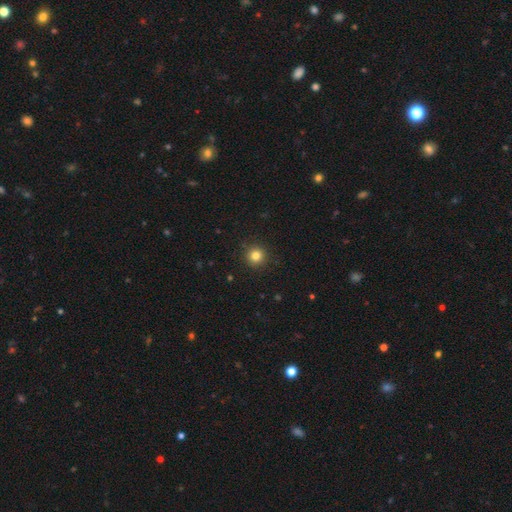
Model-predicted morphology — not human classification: Smooth or featured? Predicted: smooth (p=0.82). How rounded? Predicted: round (p=0.95). Merging? Predicted: none (p=0.92).